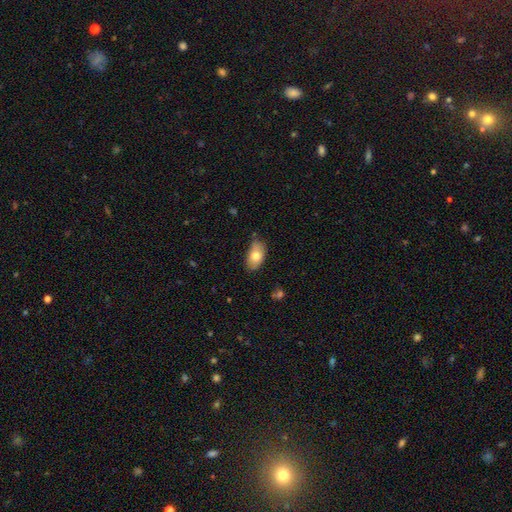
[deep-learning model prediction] Smooth or featured? Predicted: smooth (p=0.78). How rounded? Predicted: in between (p=0.92). Merging? Predicted: none (p=0.69).